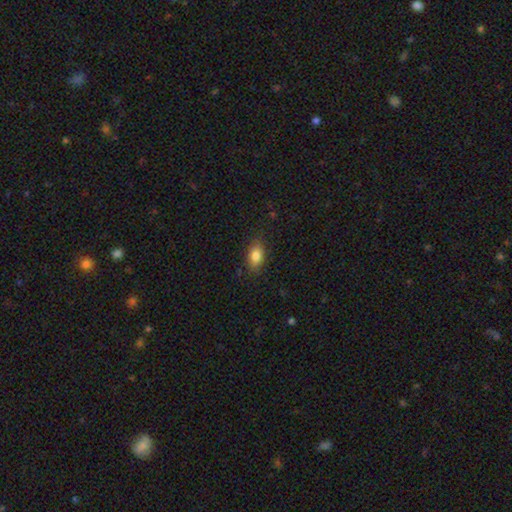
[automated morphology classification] type=smooth (83%); roundness=in between (86%); merging=none (82%).